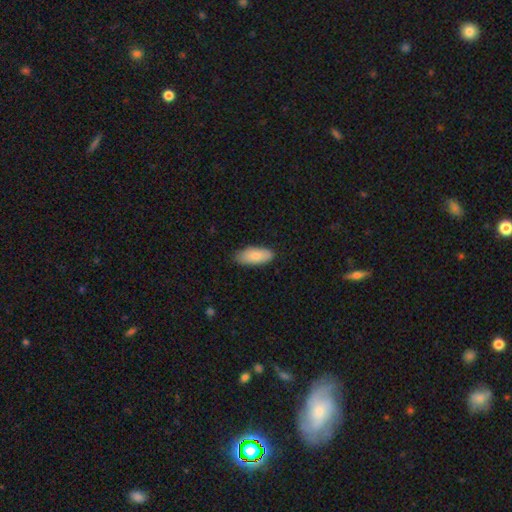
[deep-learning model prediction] This appears to be a smooth galaxy with no disk features (83%) that is in between round and cigar-shaped (87%). Merging: none (82%).